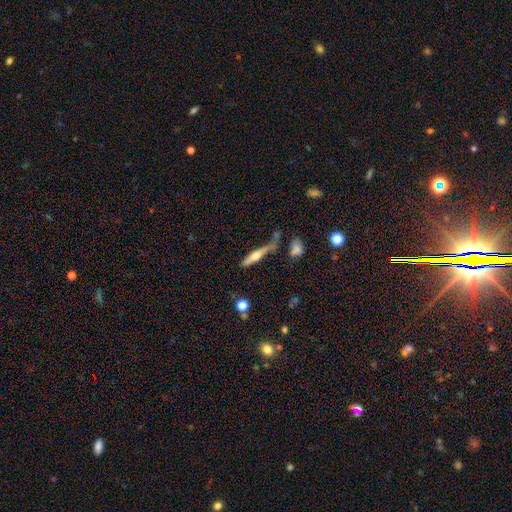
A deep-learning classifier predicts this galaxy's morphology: featured or disk 55%, smooth 39%, star or artifact 6%. Down the decision tree: edge-on disk — yes (93%); edge-on bulge — rounded (89%); merging — none (61%).